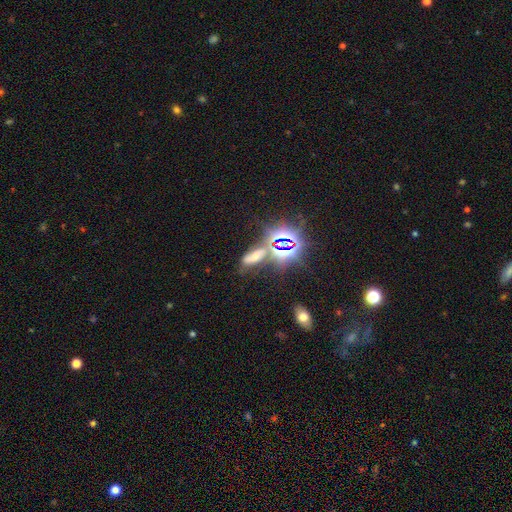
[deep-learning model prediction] This is possibly a star or artifact rather than a galaxy (57%).